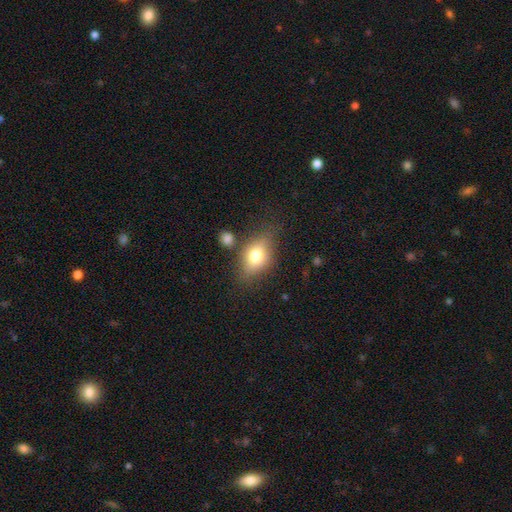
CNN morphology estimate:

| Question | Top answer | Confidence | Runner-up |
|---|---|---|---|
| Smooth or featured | smooth | 73% | featured or disk (18%) |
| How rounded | in between | 80% | round (17%) |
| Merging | none | 66% | minor disturbance (20%) |